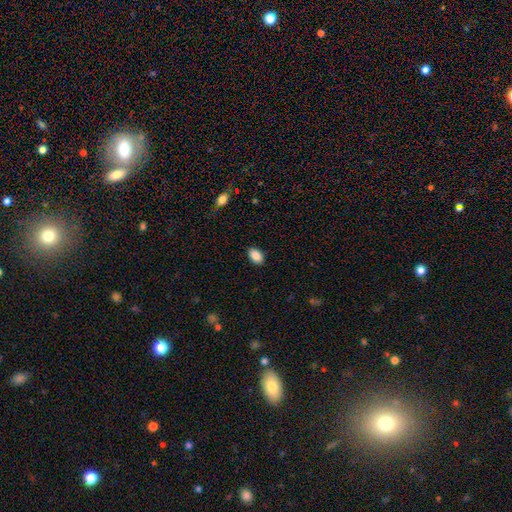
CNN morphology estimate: type=smooth (88%); roundness=in between (91%); merging=none (88%).